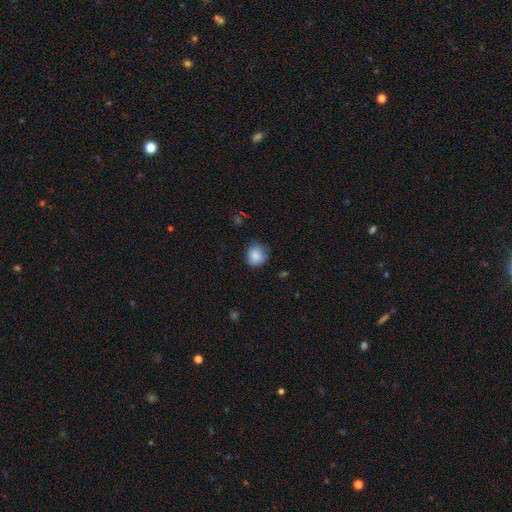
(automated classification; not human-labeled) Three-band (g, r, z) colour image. It shows a smooth galaxy with no disk features (86%) that is round (84%). Merging: none (71%).